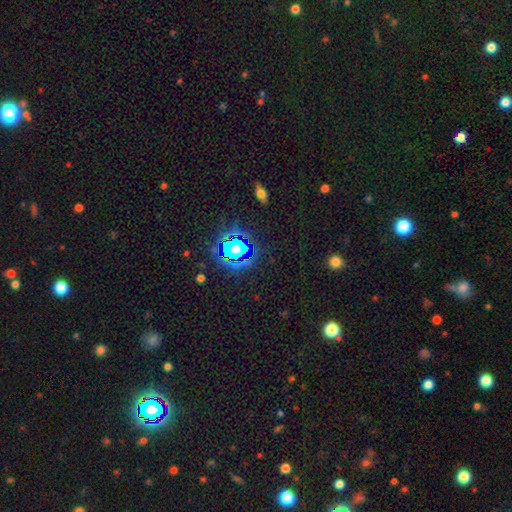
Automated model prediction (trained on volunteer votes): smooth-or-featured: star or artifact: 81% | smooth: 12% | featured or disk: 7%